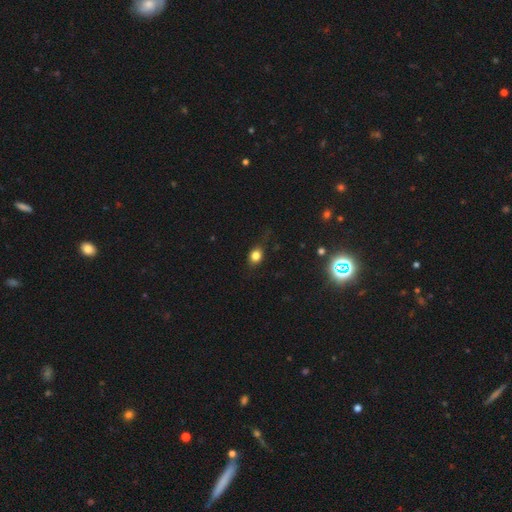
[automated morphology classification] This appears to be a smooth galaxy with no disk features (79%) that is in between round and cigar-shaped (52%). Merging: none (74%).